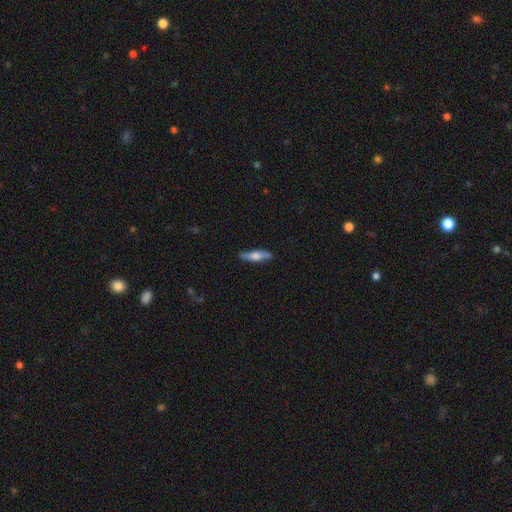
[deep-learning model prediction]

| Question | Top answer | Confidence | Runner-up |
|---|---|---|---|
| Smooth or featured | smooth | 50% | featured or disk (44%) |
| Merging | none | 82% | minor disturbance (14%) |